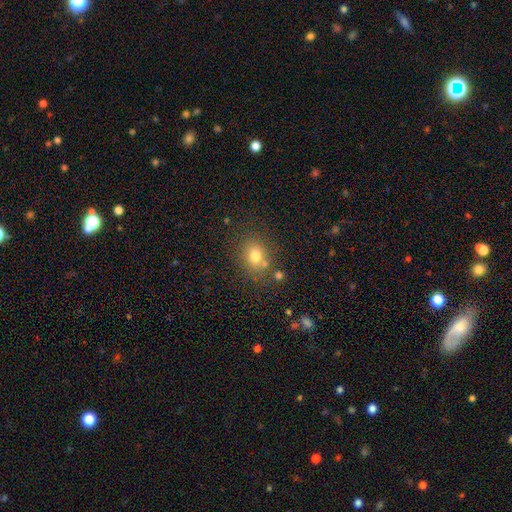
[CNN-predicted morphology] Q: Smooth or featured?
A: smooth (74%); runner-up: star or artifact (15%)
Q: How rounded?
A: round (64%); runner-up: in between (35%)
Q: Merging?
A: none (72%); runner-up: minor disturbance (12%)